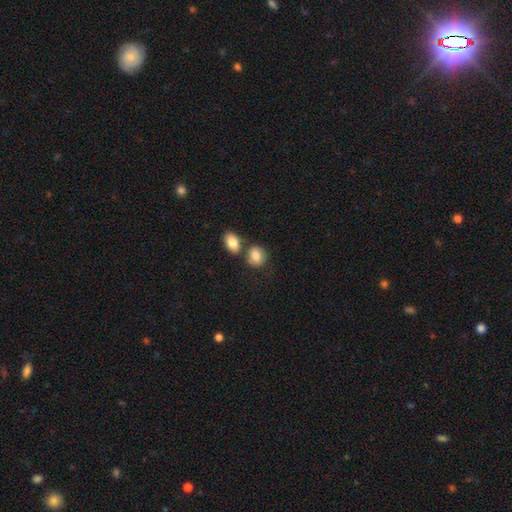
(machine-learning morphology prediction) smooth_or_featured: smooth (p=0.82) [alt: featured or disk p=0.10]
how_rounded: in between (p=0.51) [alt: round p=0.48]
merging: none (p=0.57) [alt: merger p=0.26]